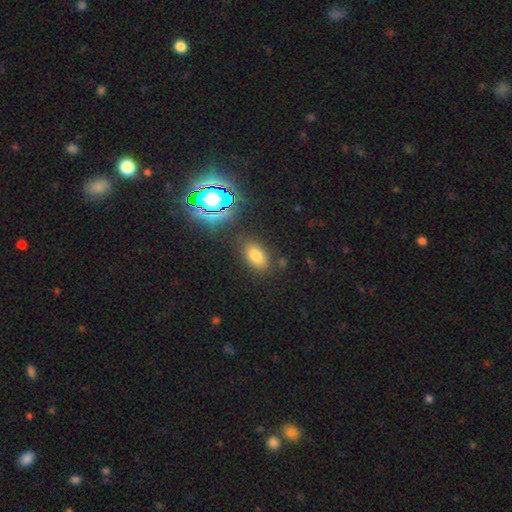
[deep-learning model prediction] This appears to be a smooth galaxy with no disk features (72%) that is in between round and cigar-shaped (87%). Merging: none (82%).